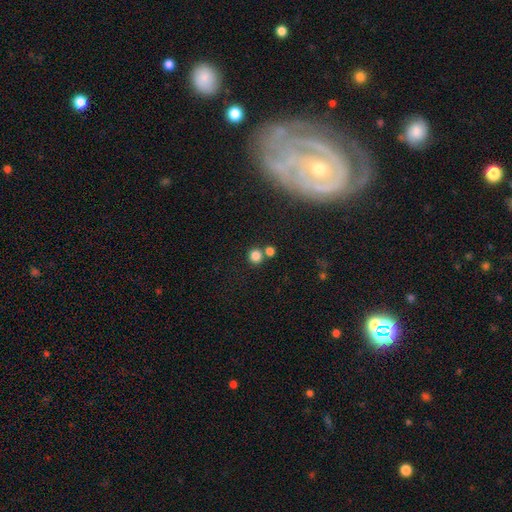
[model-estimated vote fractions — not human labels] This is clearly a smooth galaxy (81%). How rounded: clearly round (89%). Merging: likely none (66%).